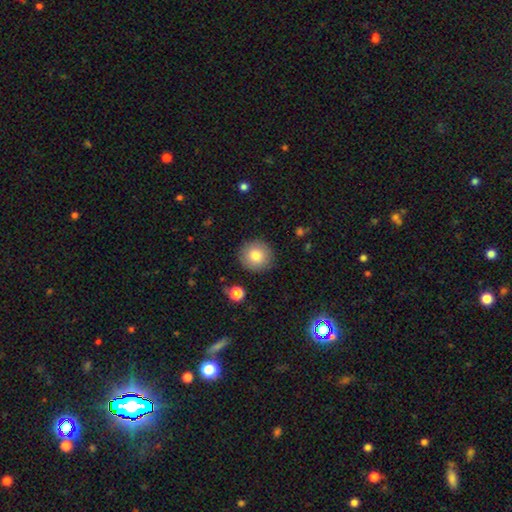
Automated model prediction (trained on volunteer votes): Smooth or featured?
  - smooth: 81% *
  - featured or disk: 10%
  - star or artifact: 9%
How rounded?
  - round: 92% *
  - in between: 7%
  - cigar-shaped: 1%
Merging?
  - none: 89% *
  - minor disturbance: 7%
  - major disturbance: 2%
  - merger: 2%